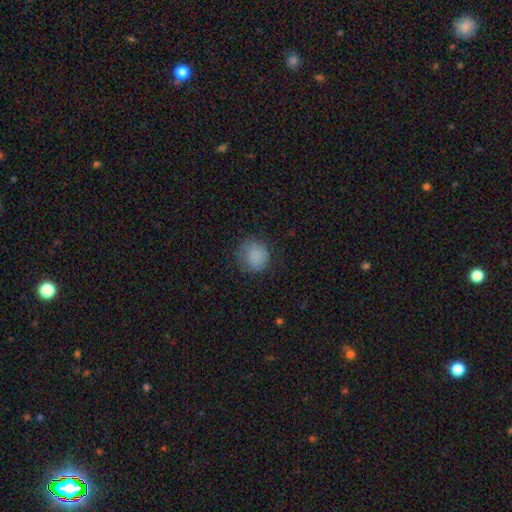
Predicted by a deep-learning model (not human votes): smooth 85%, star or artifact 9%, featured or disk 5%. Down the decision tree: how rounded — round (87%); merging — none (77%).